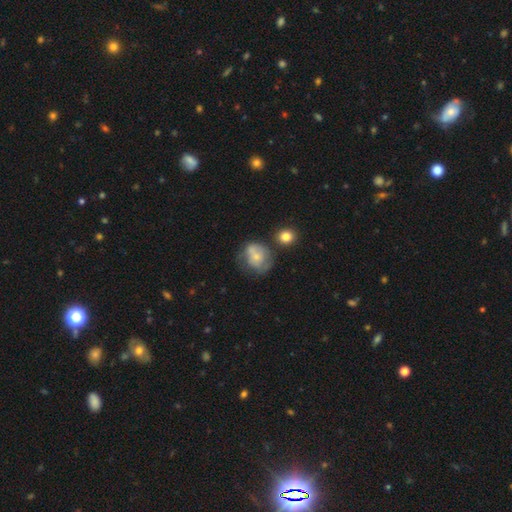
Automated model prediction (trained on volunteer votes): Q: Smooth or featured?
A: smooth (56%); runner-up: featured or disk (36%)
Q: How rounded?
A: round (67%); runner-up: in between (32%)
Q: Merging?
A: none (40%); runner-up: minor disturbance (26%)